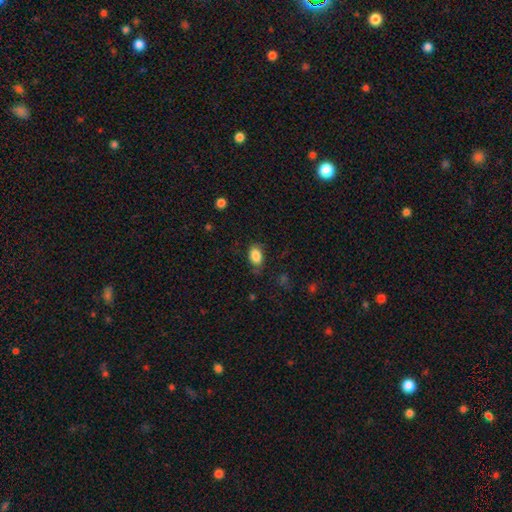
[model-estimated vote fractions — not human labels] A smooth galaxy with no disk features (86%) that is in between round and cigar-shaped (88%).

Vote fractions:
- Smooth or featured? smooth: 86% / star or artifact: 8% / featured or disk: 7%
- How rounded? in between: 88% / round: 10% / cigar-shaped: 2%
- Merging? none: 74% / minor disturbance: 20% / major disturbance: 5% / merger: 1%